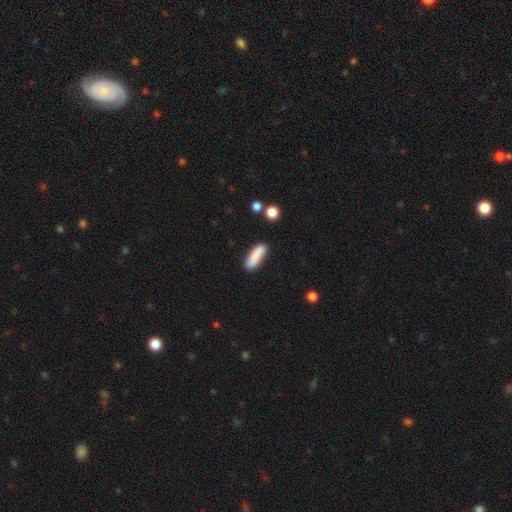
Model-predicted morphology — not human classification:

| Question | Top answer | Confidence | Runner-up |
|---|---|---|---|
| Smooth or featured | smooth | 86% | star or artifact (7%) |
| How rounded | in between | 52% | cigar-shaped (46%) |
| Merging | none | 80% | minor disturbance (14%) |